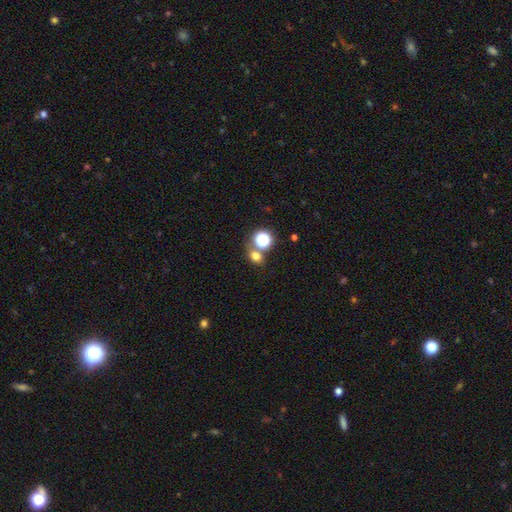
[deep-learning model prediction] This is likely a smooth galaxy (69%). How rounded: likely round (62%). Merging: likely none (61%).